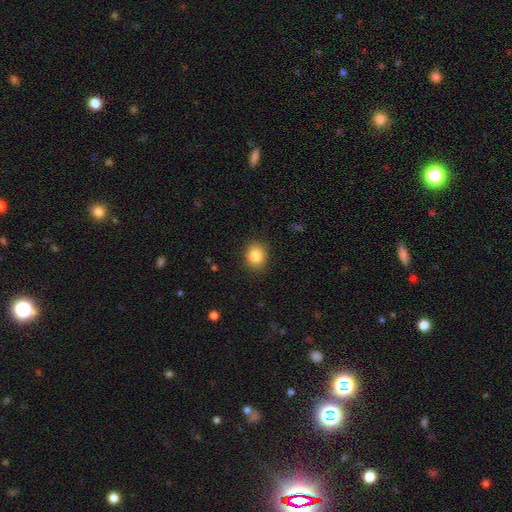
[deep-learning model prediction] smooth 85%, star or artifact 10%, featured or disk 6%. Down the decision tree: how rounded — round (66%); merging — none (88%).